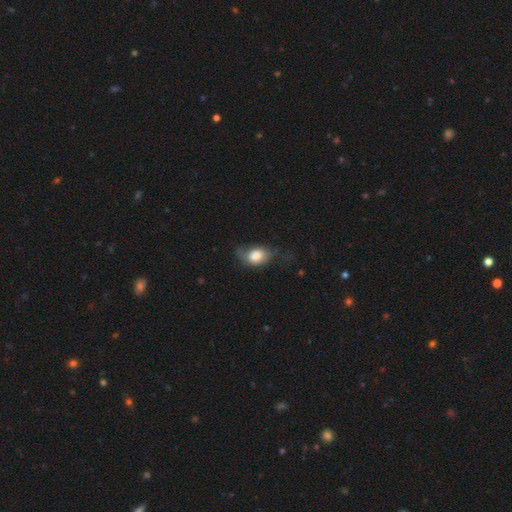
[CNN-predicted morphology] Smooth or featured? Predicted: smooth (p=0.78). How rounded? Predicted: in between (p=0.74). Merging? Predicted: none (p=0.40).